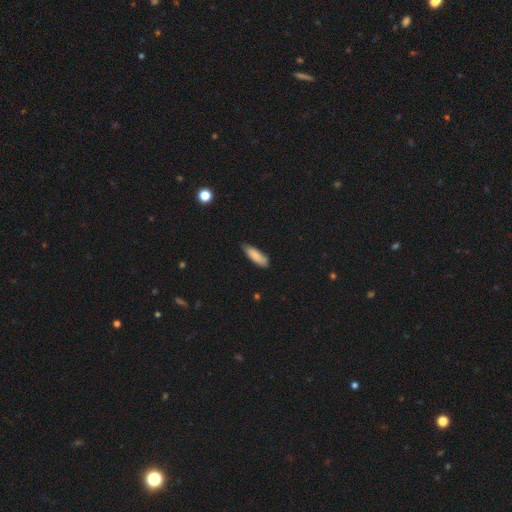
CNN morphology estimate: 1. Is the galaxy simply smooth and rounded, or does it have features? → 86% smooth, 8% featured or disk, 6% star or artifact.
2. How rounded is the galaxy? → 52% in between, 46% cigar-shaped, 1% round.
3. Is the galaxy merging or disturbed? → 73% none, 23% minor disturbance, 3% major disturbance, 1% merger.